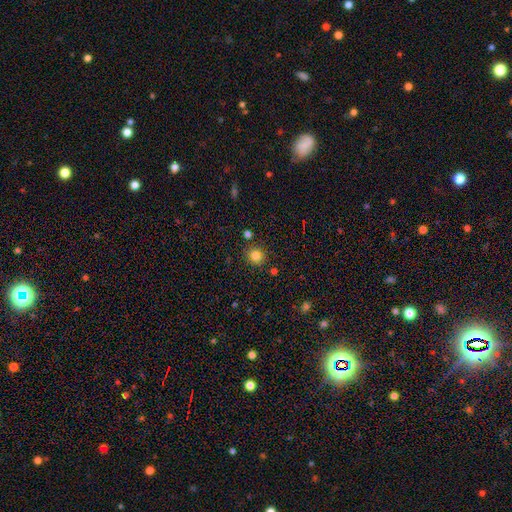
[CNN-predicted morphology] smooth_or_featured: smooth (p=0.82) [alt: star or artifact p=0.13]
how_rounded: round (p=0.89) [alt: in between p=0.10]
merging: none (p=0.87) [alt: minor disturbance p=0.07]